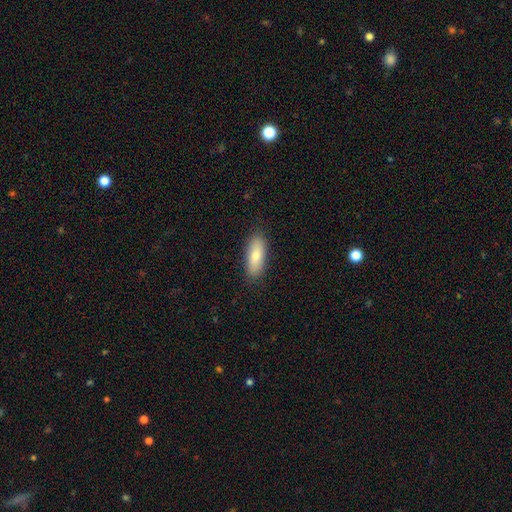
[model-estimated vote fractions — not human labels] smooth_or_featured: smooth (p=0.79) [alt: featured or disk p=0.15]
how_rounded: in between (p=0.74) [alt: cigar-shaped p=0.24]
merging: none (p=0.86) [alt: minor disturbance p=0.10]